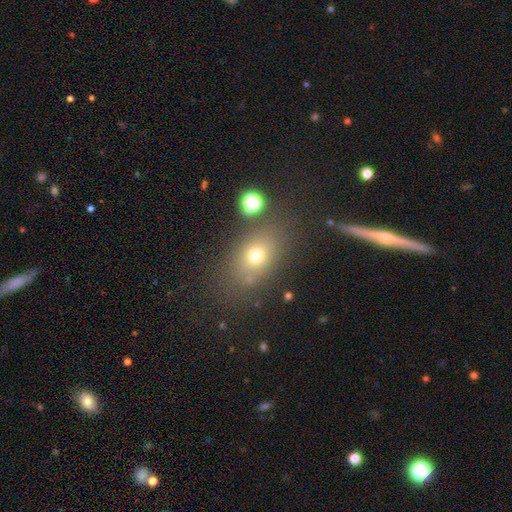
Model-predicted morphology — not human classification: A smooth galaxy with no disk features (70%) that is in between round and cigar-shaped (71%). Merging: none (75%).